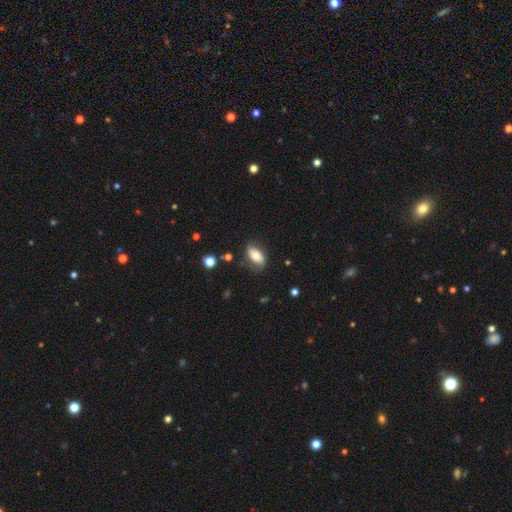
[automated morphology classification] Smooth or featured?
  - smooth: 64% *
  - featured or disk: 28%
  - star or artifact: 7%
How rounded?
  - in between: 88% *
  - cigar-shaped: 6%
  - round: 5%
Merging?
  - none: 70% *
  - minor disturbance: 21%
  - major disturbance: 6%
  - merger: 2%